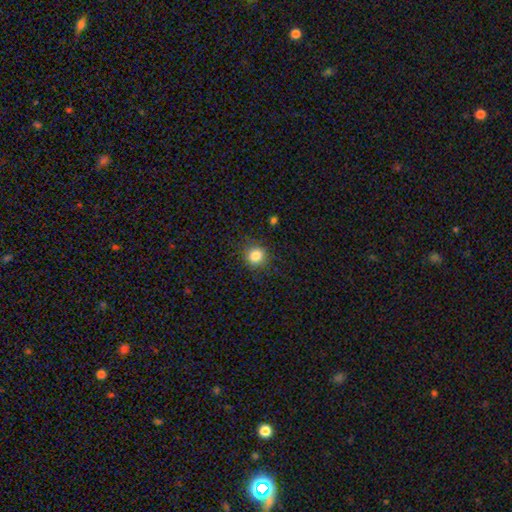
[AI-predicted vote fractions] Smooth or featured: smooth — 84% (star or artifact — 11%)
How rounded: round — 87% (in between — 12%)
Merging: none — 88% (minor disturbance — 8%)